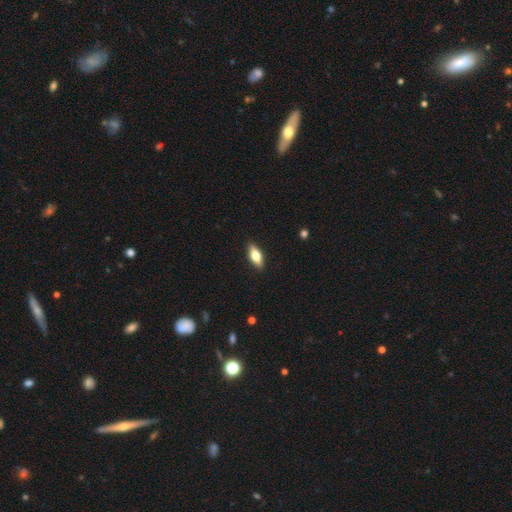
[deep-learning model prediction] This is likely a smooth galaxy (61%). How rounded: likely in between (71%). Merging: clearly none (89%).